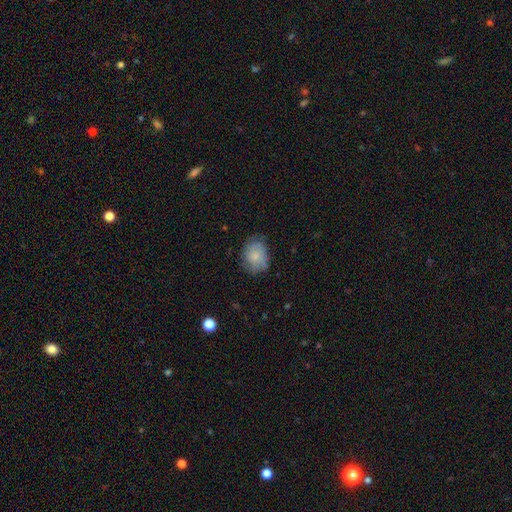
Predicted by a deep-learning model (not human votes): A smooth galaxy with no disk features (74%) that is in between round and cigar-shaped (63%).

Vote fractions:
- Smooth or featured? smooth: 74% / featured or disk: 19% / star or artifact: 8%
- How rounded? in between: 63% / round: 36% / cigar-shaped: 1%
- Merging? none: 63% / minor disturbance: 27% / major disturbance: 9% / merger: 1%